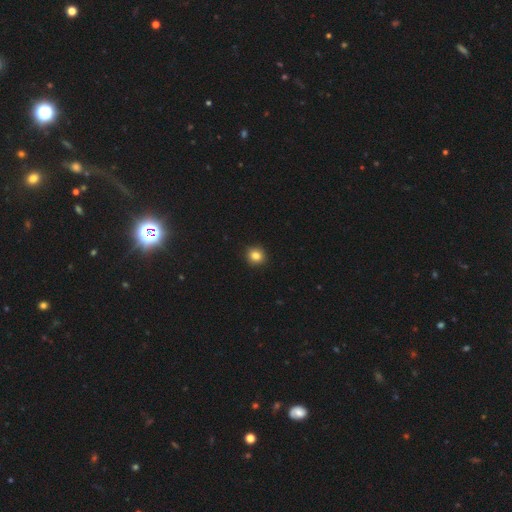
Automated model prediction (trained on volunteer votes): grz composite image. It shows a smooth galaxy with no disk features (84%) that is round (89%). Merging: none (92%).